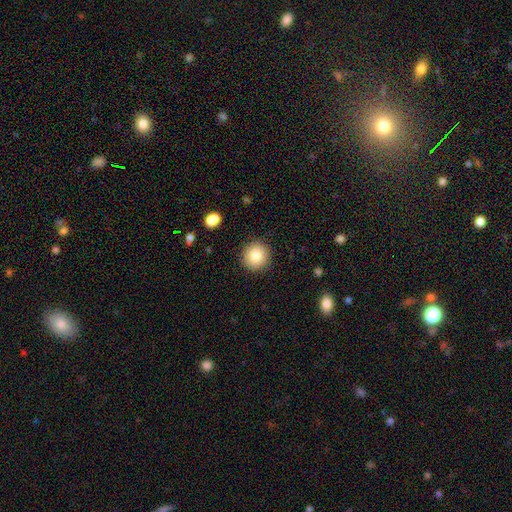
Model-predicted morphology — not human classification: This is clearly a smooth galaxy (85%). How rounded: clearly round (94%). Merging: clearly none (91%).